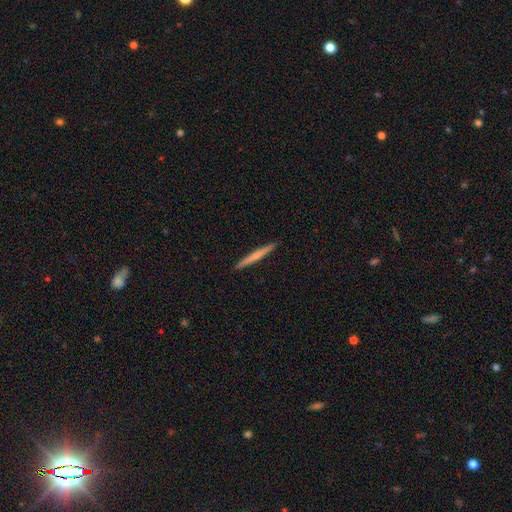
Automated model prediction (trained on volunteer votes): Overall: smooth (59%; featured or disk 36%). How rounded: cigar-shaped (97%). Merging: none (93%).